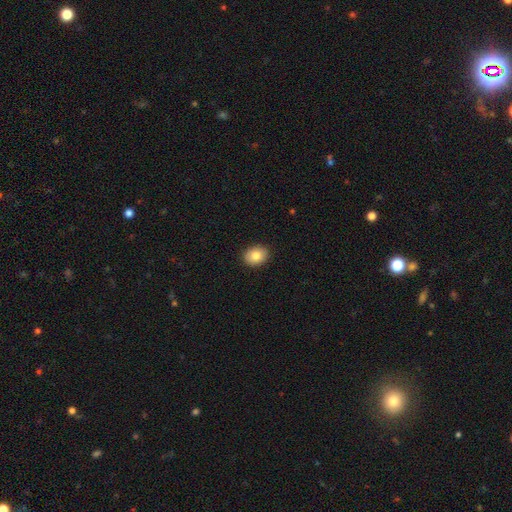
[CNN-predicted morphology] type=smooth (83%); roundness=in between (59%); merging=none (91%).